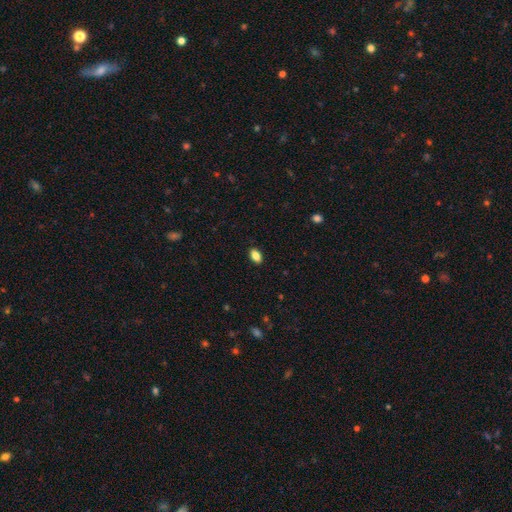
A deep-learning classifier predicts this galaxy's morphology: This appears to be a smooth galaxy with no disk features (87%) that is in between round and cigar-shaped (88%). Merging: none (90%).